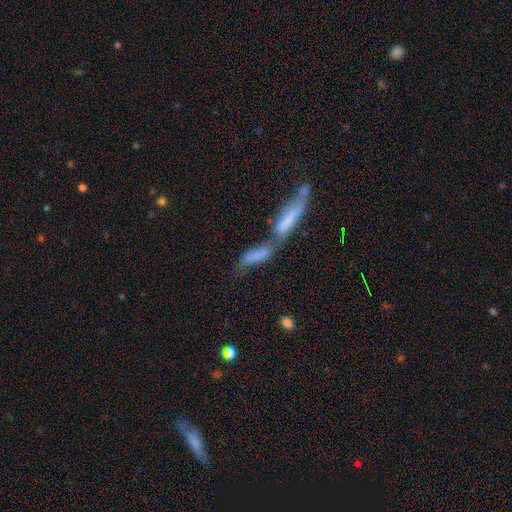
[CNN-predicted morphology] Overall: smooth (72%). How rounded: cigar-shaped (59%; in between 38%). Merging: merger (65%).